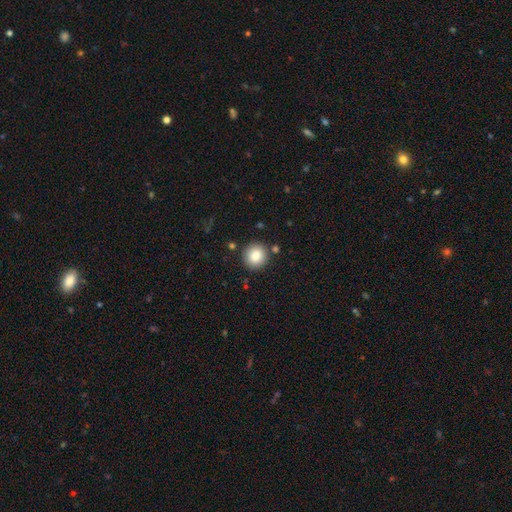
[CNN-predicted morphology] smooth 85%, star or artifact 9%, featured or disk 6%. Down the decision tree: how rounded — round (91%); merging — none (87%).